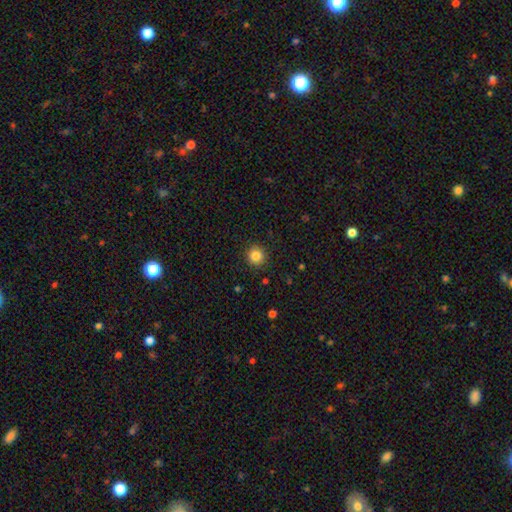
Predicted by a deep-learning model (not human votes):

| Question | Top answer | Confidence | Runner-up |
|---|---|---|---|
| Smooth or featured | smooth | 85% | star or artifact (11%) |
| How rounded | round | 93% | in between (6%) |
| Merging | none | 91% | minor disturbance (6%) |